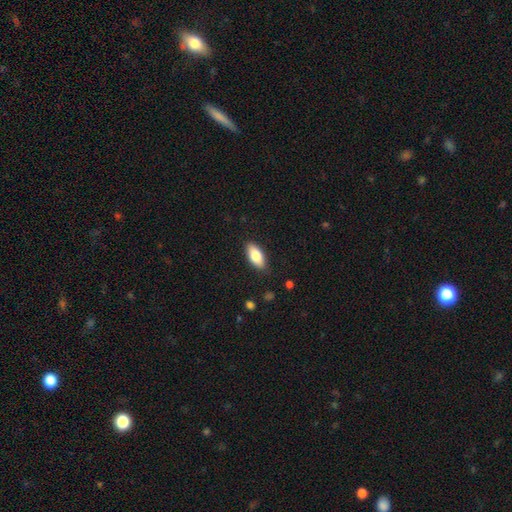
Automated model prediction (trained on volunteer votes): smooth-or-featured: smooth: 81% | featured or disk: 13% | star or artifact: 6%
  how-rounded: in between: 85% | cigar-shaped: 12% | round: 3%
  merging: none: 86% | minor disturbance: 11% | major disturbance: 2% | merger: 1%